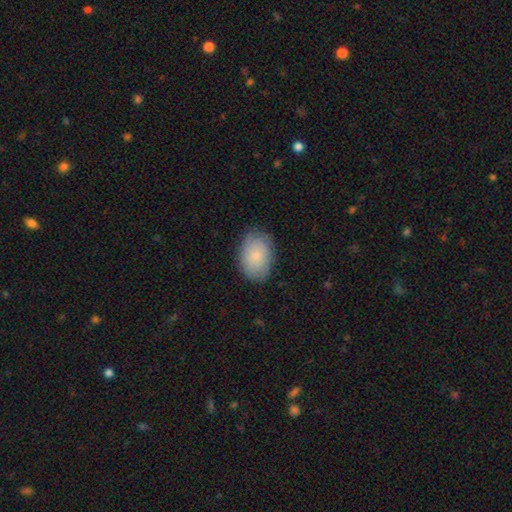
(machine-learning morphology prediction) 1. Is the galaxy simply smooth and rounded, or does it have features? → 78% smooth, 15% featured or disk, 7% star or artifact.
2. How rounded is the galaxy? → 81% in between, 17% round, 1% cigar-shaped.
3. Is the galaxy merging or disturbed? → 81% none, 15% minor disturbance, 3% major disturbance, 1% merger.